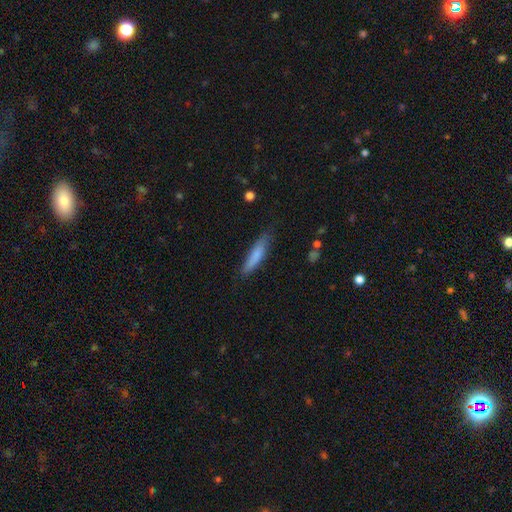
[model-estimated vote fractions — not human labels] smooth_or_featured: smooth (p=0.78) [alt: featured or disk p=0.16]
how_rounded: cigar-shaped (p=0.83) [alt: in between p=0.16]
merging: none (p=0.75) [alt: minor disturbance p=0.19]